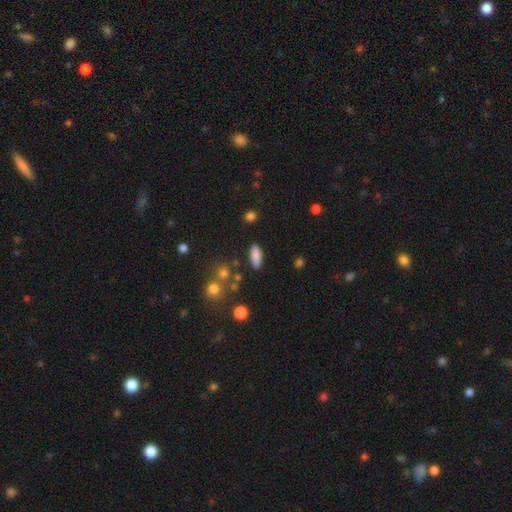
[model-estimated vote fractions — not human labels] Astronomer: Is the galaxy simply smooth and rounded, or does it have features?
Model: smooth — 85%.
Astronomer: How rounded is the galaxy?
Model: in between — 75%.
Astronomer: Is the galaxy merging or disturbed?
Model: none — 83%.